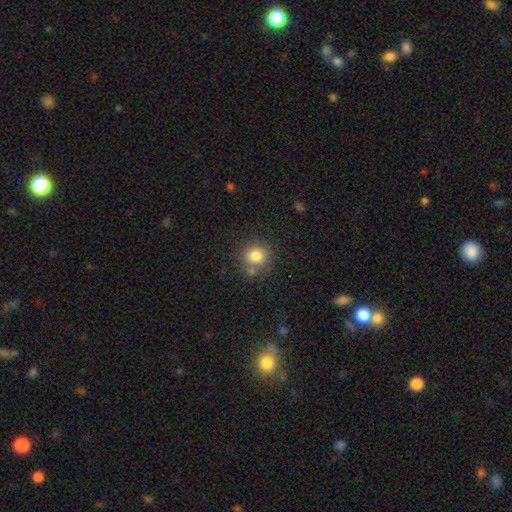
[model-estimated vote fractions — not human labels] Smooth or featured?
  - smooth: 81% *
  - star or artifact: 11%
  - featured or disk: 8%
How rounded?
  - round: 88% *
  - in between: 12%
  - cigar-shaped: 1%
Merging?
  - none: 70% *
  - merger: 14%
  - minor disturbance: 12%
  - major disturbance: 4%